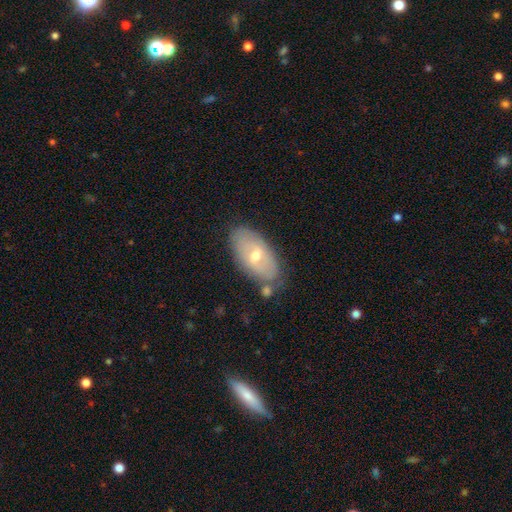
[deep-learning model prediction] Smooth or featured? smooth (49%)
Merging? none (70%)